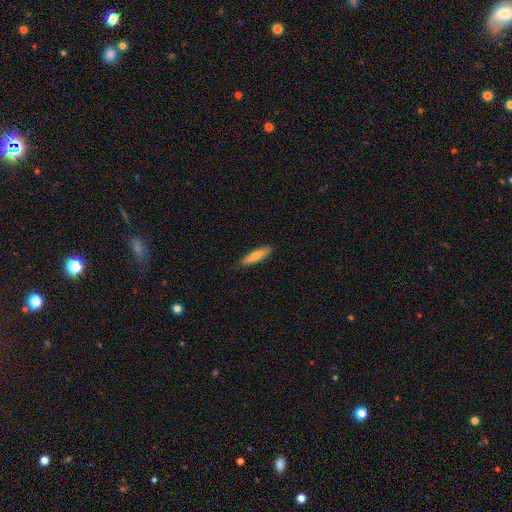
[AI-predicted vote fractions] A smooth galaxy with no disk features (67%) that is cigar-shaped (82%).

Vote fractions:
- Smooth or featured? smooth: 67% / featured or disk: 27% / star or artifact: 6%
- How rounded? cigar-shaped: 82% / in between: 17% / round: 2%
- Merging? none: 89% / minor disturbance: 8% / major disturbance: 2% / merger: 1%